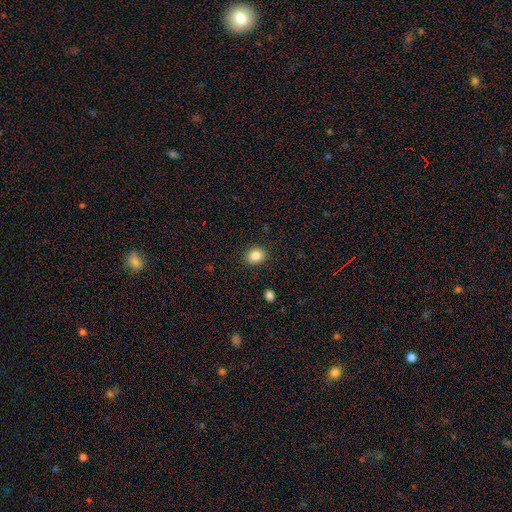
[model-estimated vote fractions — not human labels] Smooth or featured: smooth — 85% (star or artifact — 10%)
How rounded: round — 59% (in between — 40%)
Merging: none — 90% (minor disturbance — 7%)